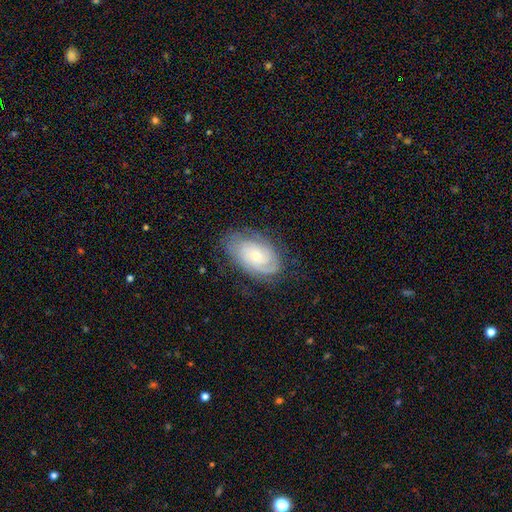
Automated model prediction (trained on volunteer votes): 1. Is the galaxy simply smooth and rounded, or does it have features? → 75% featured or disk, 19% smooth, 7% star or artifact.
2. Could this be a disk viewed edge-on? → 96% no, 4% yes.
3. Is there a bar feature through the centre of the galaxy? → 77% no, 19% weak, 4% strong.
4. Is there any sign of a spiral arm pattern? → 93% yes, 7% no.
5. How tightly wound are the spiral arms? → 69% tight, 24% medium, 7% loose.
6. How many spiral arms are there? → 38% can't tell, 29% 2, 16% 3, 7% 1, 6% 4, 4% more than 4.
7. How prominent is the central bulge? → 70% small, 26% moderate, 2% large, 2% none, 1% dominant.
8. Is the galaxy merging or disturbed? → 74% none, 18% minor disturbance, 7% major disturbance, 1% merger.